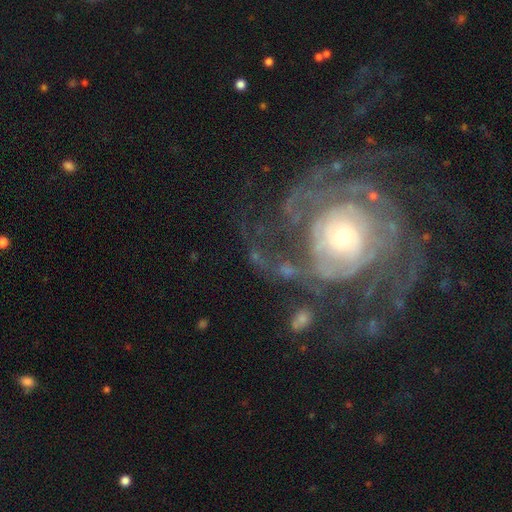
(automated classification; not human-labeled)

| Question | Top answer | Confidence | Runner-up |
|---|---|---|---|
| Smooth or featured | featured or disk | 73% | smooth (15%) |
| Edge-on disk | no | 95% | yes (5%) |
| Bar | no | 73% | weak (18%) |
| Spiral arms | yes | 77% | no (23%) |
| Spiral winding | tight | 50% | medium (30%) |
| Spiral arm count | can't tell | 39% | 2 (25%) |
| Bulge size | small | 55% | moderate (36%) |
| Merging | none | 40% | major disturbance (35%) |